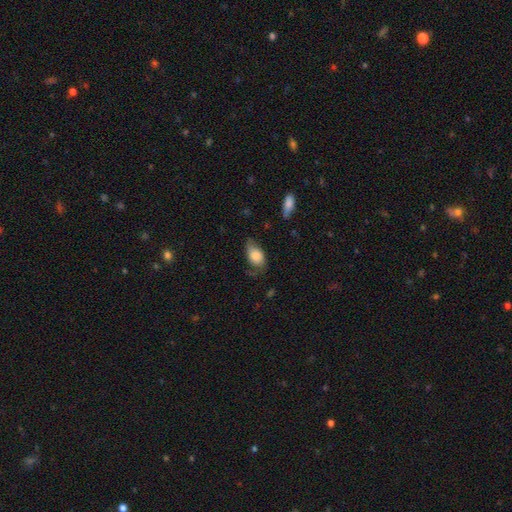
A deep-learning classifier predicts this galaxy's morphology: type=smooth (73%); roundness=in between (88%); merging=none (48%).